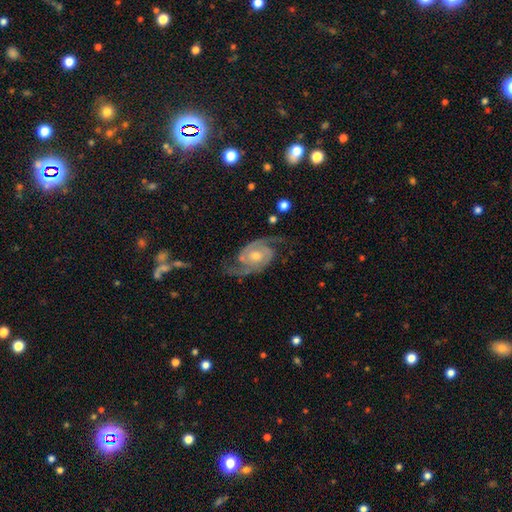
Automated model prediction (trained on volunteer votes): featured or disk 91%, star or artifact 4%, smooth 4%. Down the decision tree: edge-on disk — no (97%); bar — no (63%); spiral arms — yes (98%); spiral arm count — 2 (93%); spiral winding — medium (51%); bulge size — moderate (60%); merging — none (75%).